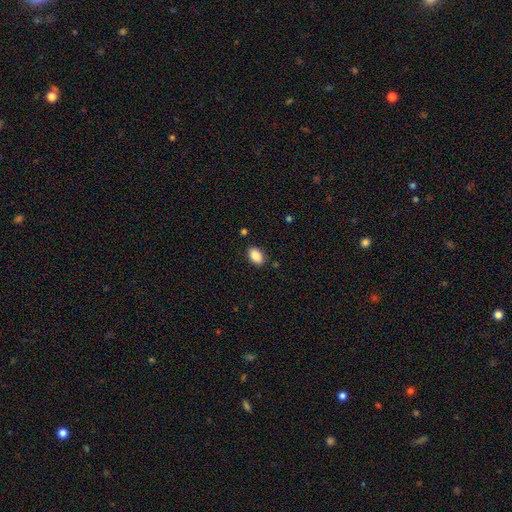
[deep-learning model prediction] A smooth galaxy with no disk features (88%) that is in between round and cigar-shaped (87%).

Vote fractions:
- Smooth or featured? smooth: 88% / star or artifact: 8% / featured or disk: 4%
- How rounded? in between: 87% / round: 12% / cigar-shaped: 1%
- Merging? none: 86% / minor disturbance: 10% / major disturbance: 2% / merger: 2%